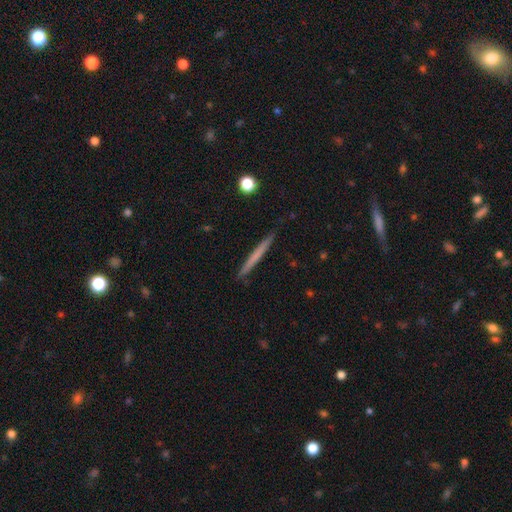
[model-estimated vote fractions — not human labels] smooth-or-featured: smooth: 56% | featured or disk: 38% | star or artifact: 6%
  how-rounded: cigar-shaped: 97% | in between: 2% | round: 1%
  merging: none: 89% | minor disturbance: 8% | major disturbance: 1% | merger: 1%